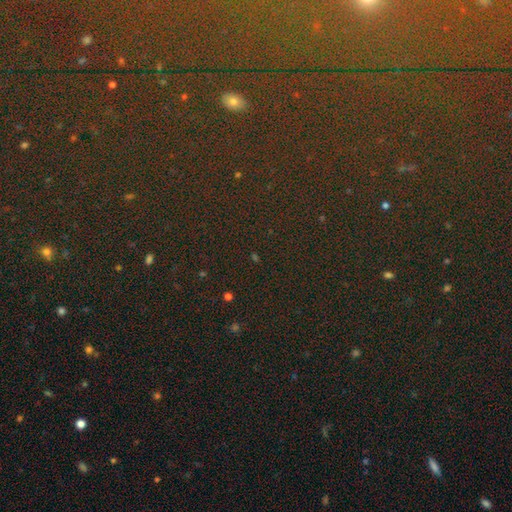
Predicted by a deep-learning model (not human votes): This is clearly a star or artifact rather than a galaxy (82%).